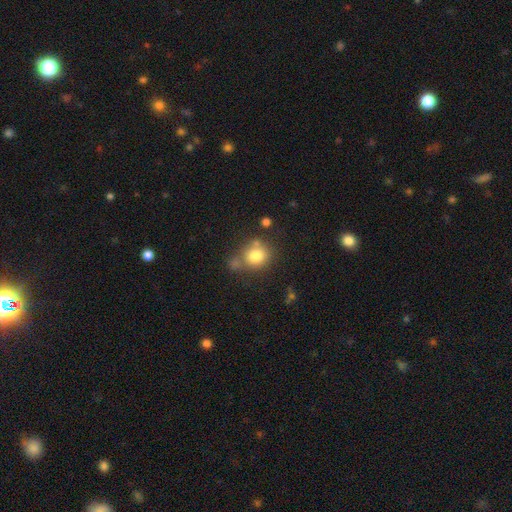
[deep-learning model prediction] This appears to be a smooth galaxy with no disk features (78%) that is round (78%). Merging: none (54%).